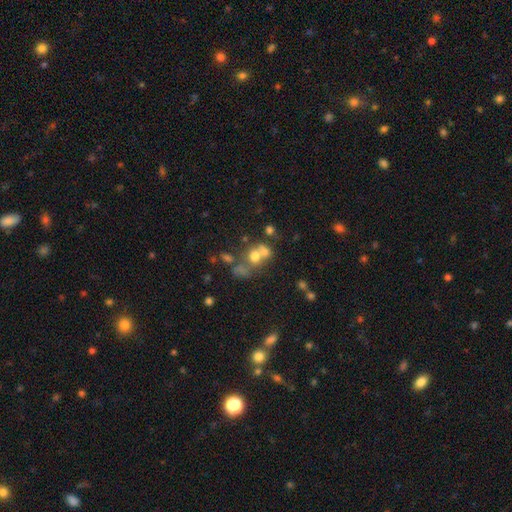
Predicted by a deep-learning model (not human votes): A smooth galaxy with no disk features (58%) that is round (71%).

Vote fractions:
- Smooth or featured? smooth: 58% / featured or disk: 24% / star or artifact: 18%
- How rounded? round: 71% / in between: 28% / cigar-shaped: 1%
- Merging? merger: 52% / none: 33% / minor disturbance: 9% / major disturbance: 7%